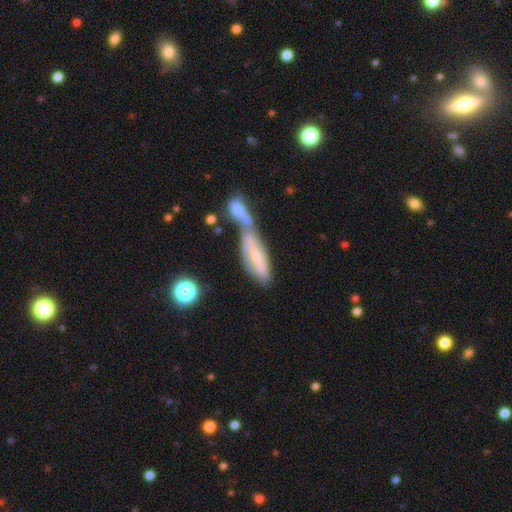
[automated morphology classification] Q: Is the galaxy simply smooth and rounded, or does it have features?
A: smooth — 46%.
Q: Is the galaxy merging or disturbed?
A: merger — 63%.